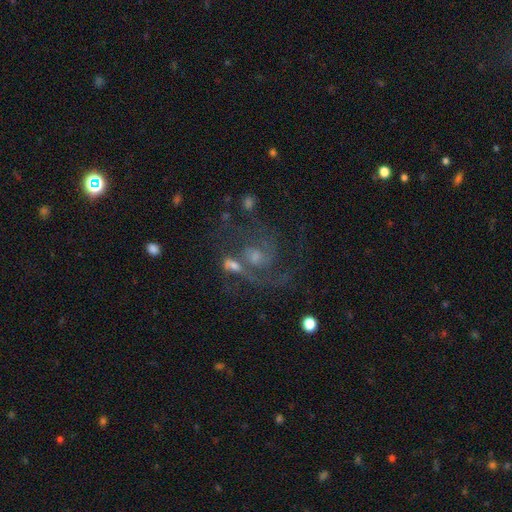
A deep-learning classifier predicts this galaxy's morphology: The model was most divided on "bulge size": moderate: 44%, small: 39%, none: 10%, large: 6%, dominant: 2%. Remaining: edge-on disk — no (97%); spiral arms — yes (91%); smooth or featured — featured or disk (78%); spiral arm count — 2 (63%); bar — no (57%); spiral winding — medium (53%); merging — none (44%).